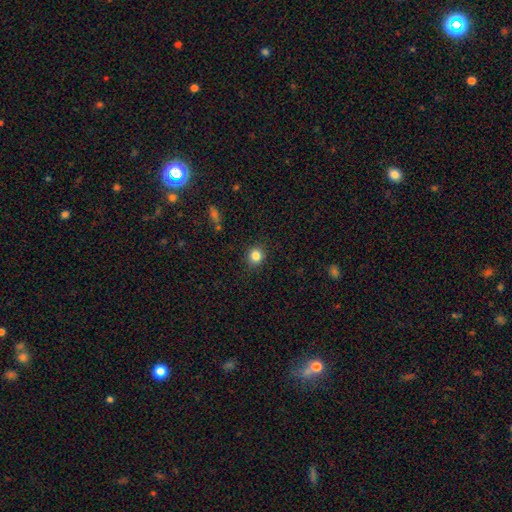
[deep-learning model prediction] The model was most divided on "smooth or featured": smooth: 84%, star or artifact: 11%, featured or disk: 5%. More confident: merging — none (90%); how rounded — round (87%).